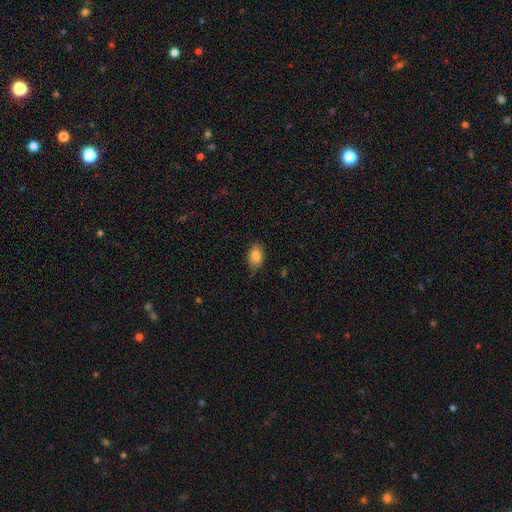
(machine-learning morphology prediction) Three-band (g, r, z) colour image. It shows a smooth galaxy with no disk features (83%) that is in between round and cigar-shaped (87%). Merging: none (71%).